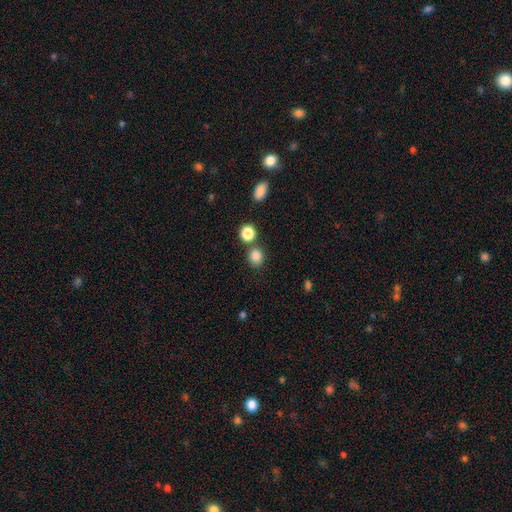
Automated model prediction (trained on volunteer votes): smooth_or_featured: smooth (p=0.84) [alt: star or artifact p=0.12]
how_rounded: round (p=0.76) [alt: in between p=0.23]
merging: none (p=0.70) [alt: merger p=0.18]